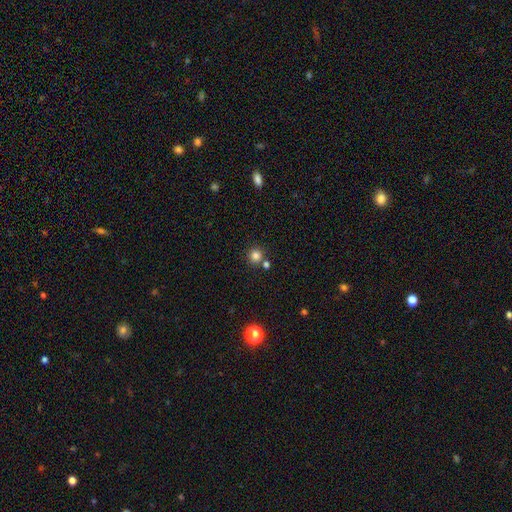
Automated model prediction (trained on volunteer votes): smooth_or_featured: smooth (p=0.82) [alt: star or artifact p=0.13]
how_rounded: round (p=0.93) [alt: in between p=0.06]
merging: none (p=0.76) [alt: merger p=0.14]